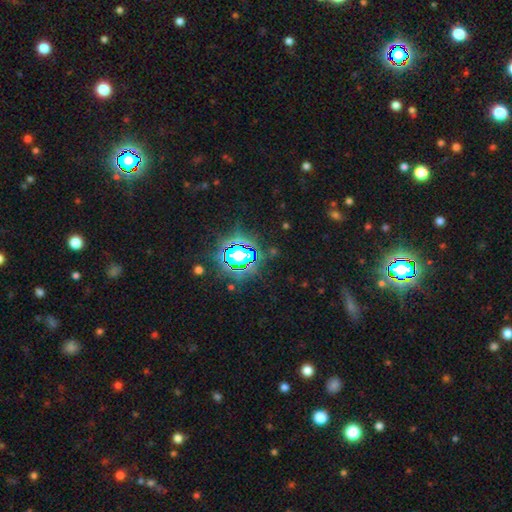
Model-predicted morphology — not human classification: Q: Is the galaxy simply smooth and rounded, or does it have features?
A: star or artifact — 80%.